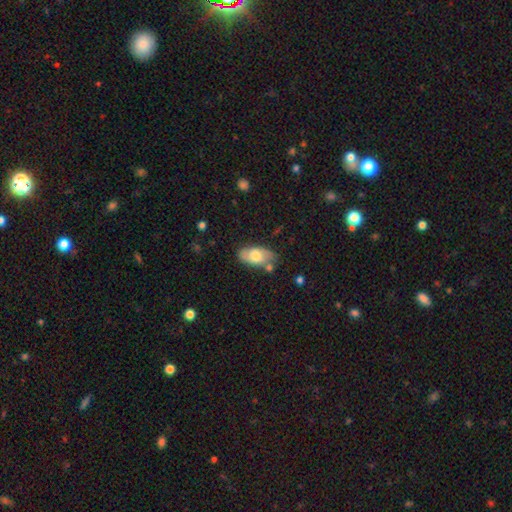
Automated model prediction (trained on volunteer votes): smooth-or-featured: smooth: 65% | featured or disk: 28% | star or artifact: 7%
  how-rounded: in between: 92% | cigar-shaped: 4% | round: 4%
  merging: none: 69% | minor disturbance: 20% | merger: 7% | major disturbance: 4%